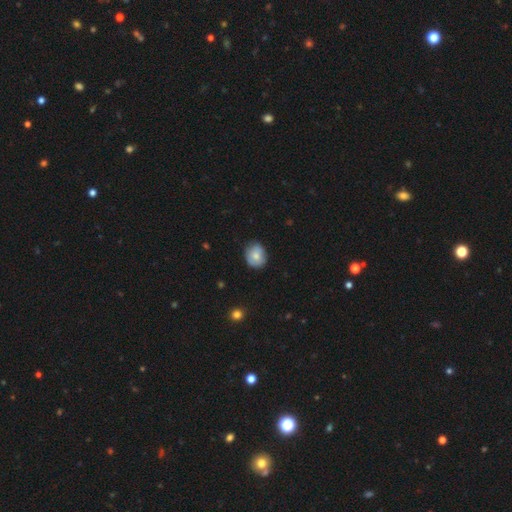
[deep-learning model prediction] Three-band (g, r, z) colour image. It shows a smooth galaxy with no disk features (73%) that is round (64%). Merging: none (71%).